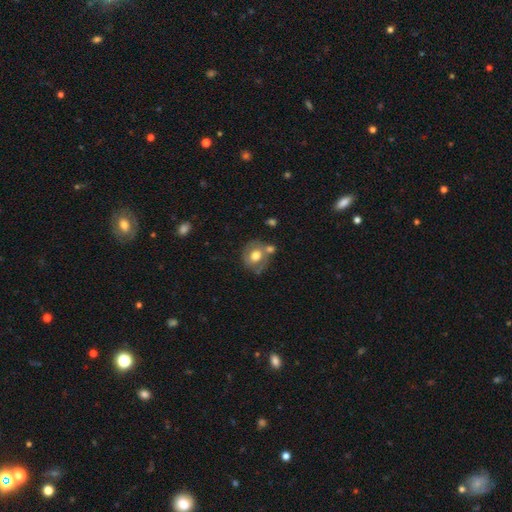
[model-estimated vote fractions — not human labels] Morphology: type=smooth (57%); roundness=round (73%); merging=none (54%).